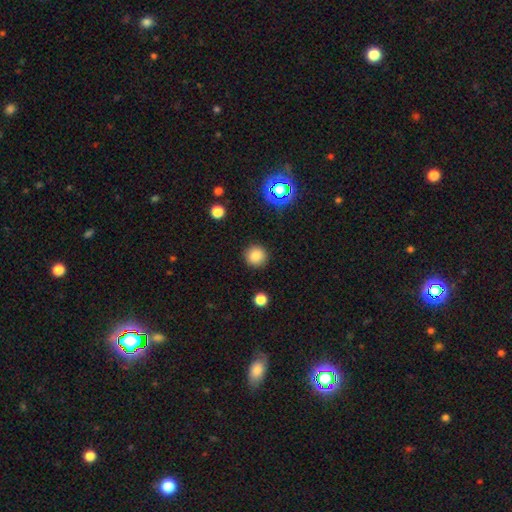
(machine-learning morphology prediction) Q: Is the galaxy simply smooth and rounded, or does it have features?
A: smooth — 83%.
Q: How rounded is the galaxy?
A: round — 94%.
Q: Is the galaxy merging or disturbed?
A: none — 91%.